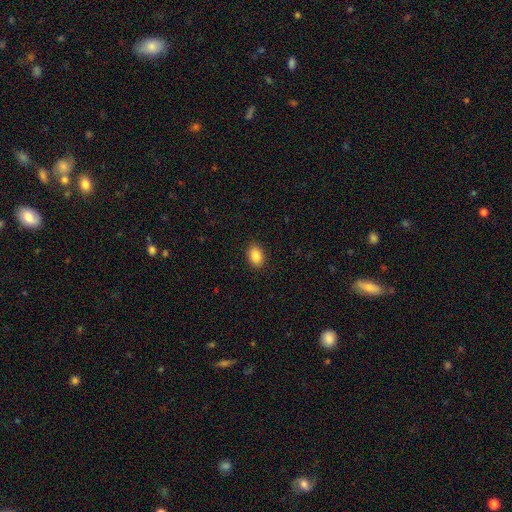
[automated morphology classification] The model was most divided on "how rounded": in between: 83%, round: 16%, cigar-shaped: 1%. More confident: merging — none (89%); smooth or featured — smooth (88%).